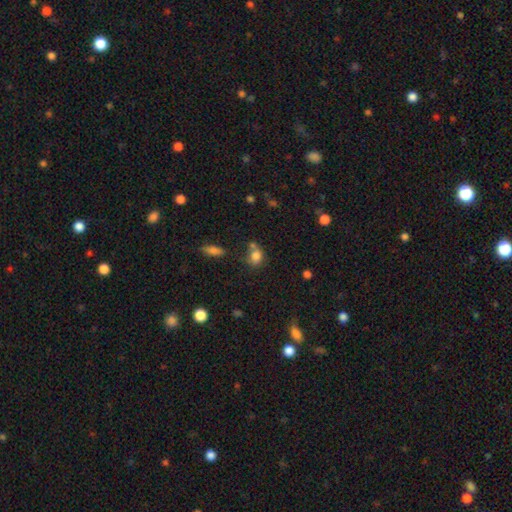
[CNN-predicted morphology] smooth 80%, star or artifact 12%, featured or disk 9%. Down the decision tree: how rounded — round (54%); merging — none (48%).